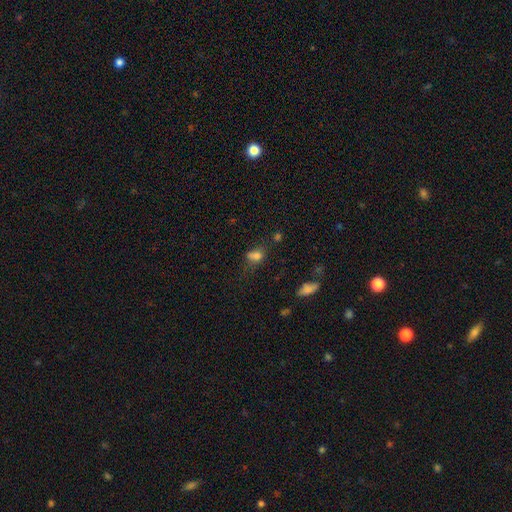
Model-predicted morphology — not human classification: smooth_or_featured: smooth (p=0.73) [alt: star or artifact p=0.17]
how_rounded: in between (p=0.69) [alt: round p=0.27]
merging: none (p=0.45) [alt: minor disturbance p=0.27]